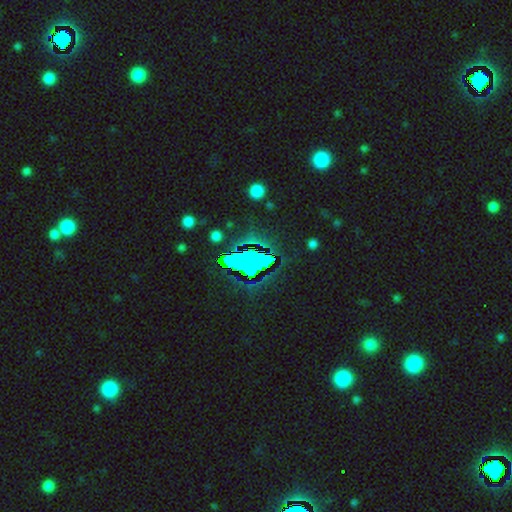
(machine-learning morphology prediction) A star or artifact, not a galaxy (81%).